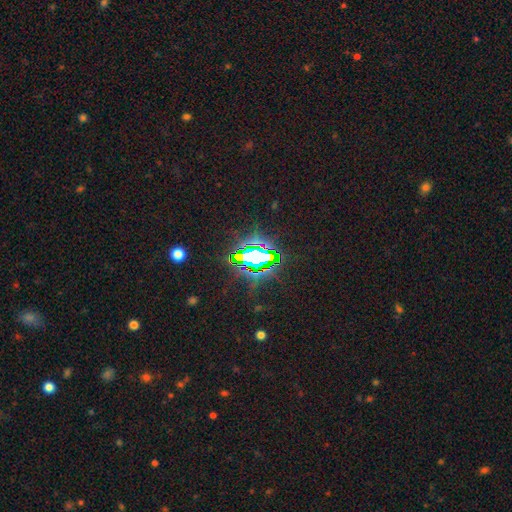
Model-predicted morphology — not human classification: This is likely a star or artifact rather than a galaxy (73%).